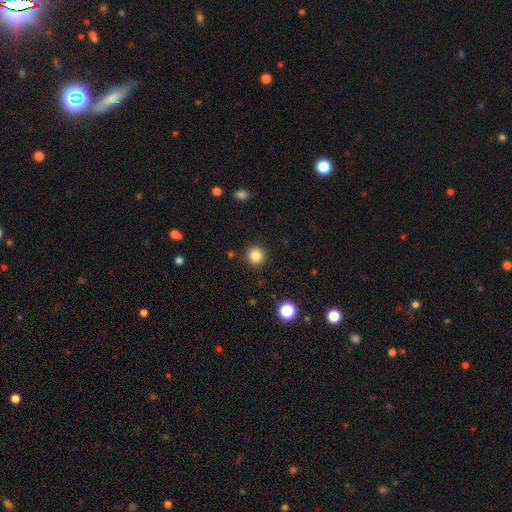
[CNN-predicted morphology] Smooth or featured? smooth (85%)
How rounded? round (93%)
Merging? none (91%)